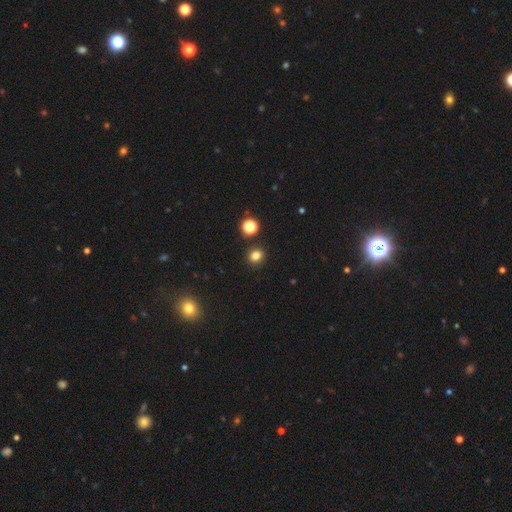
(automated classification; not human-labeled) Overall: smooth (80%). How rounded: round (75%). Merging: none (88%).